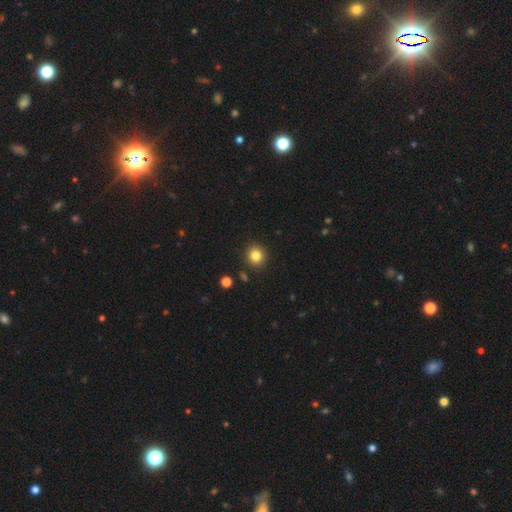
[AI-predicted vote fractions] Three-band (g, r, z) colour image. It shows a smooth galaxy with no disk features (83%) that is round (90%). Merging: none (90%).